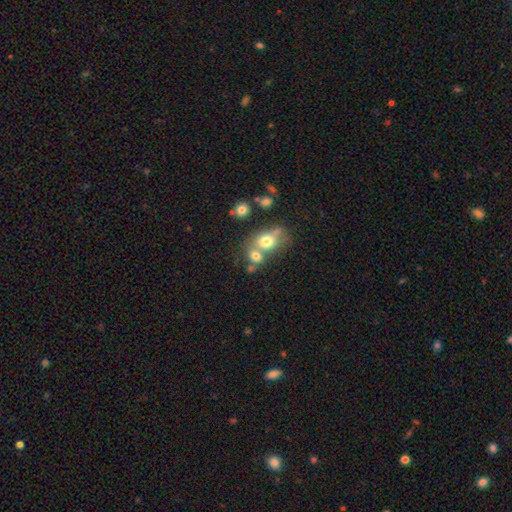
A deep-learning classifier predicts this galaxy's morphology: Smooth or featured: smooth — 72% (featured or disk — 15%)
How rounded: round — 53% (in between — 45%)
Merging: merger — 51% (none — 34%)